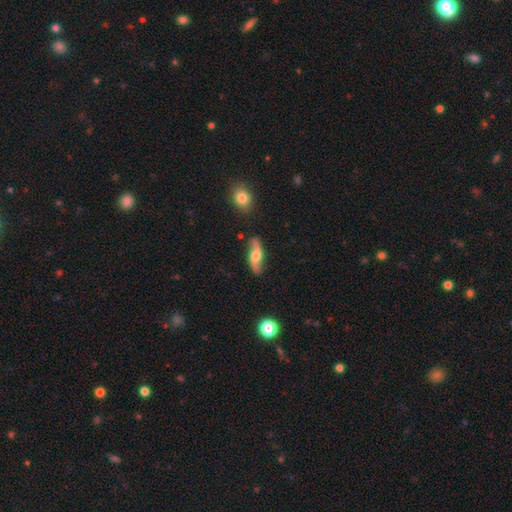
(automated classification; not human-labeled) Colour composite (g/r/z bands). It shows a featured or disk galaxy (67%). Merging: none (80%).